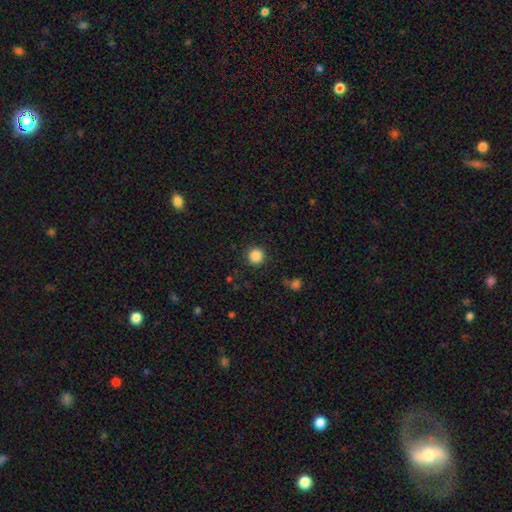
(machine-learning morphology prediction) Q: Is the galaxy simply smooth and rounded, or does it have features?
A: smooth — 87%.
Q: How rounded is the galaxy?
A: round — 95%.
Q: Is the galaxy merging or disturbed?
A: none — 90%.